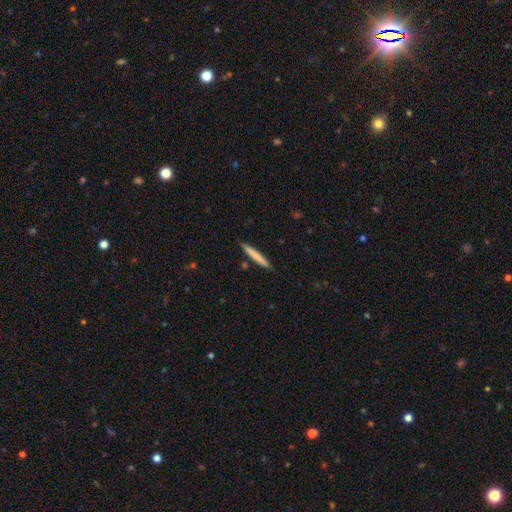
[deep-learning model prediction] The model was most divided on "smooth or featured": smooth: 72%, featured or disk: 22%, star or artifact: 5%. More confident: how rounded — cigar-shaped (96%); merging — none (89%).